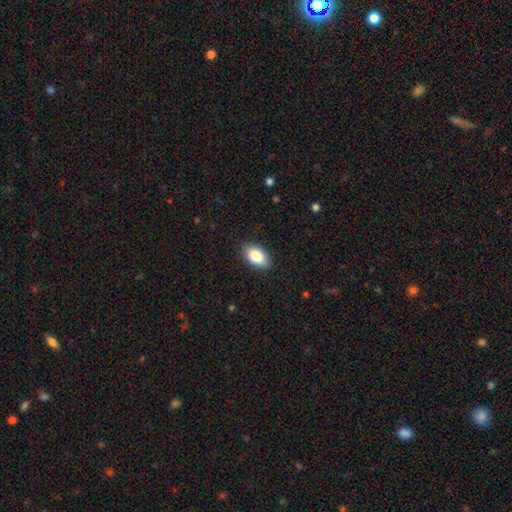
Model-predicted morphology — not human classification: A smooth galaxy with no disk features (88%) that is in between round and cigar-shaped (94%). Merging: none (87%).